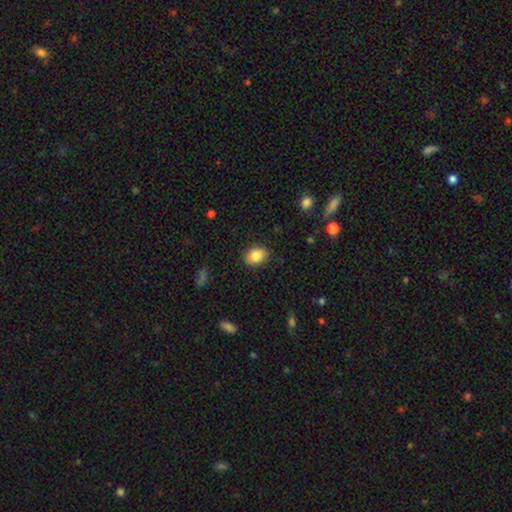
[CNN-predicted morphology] The model was most divided on "how rounded": in between: 70%, round: 29%, cigar-shaped: 1%. More confident: merging — none (87%); smooth or featured — smooth (84%).